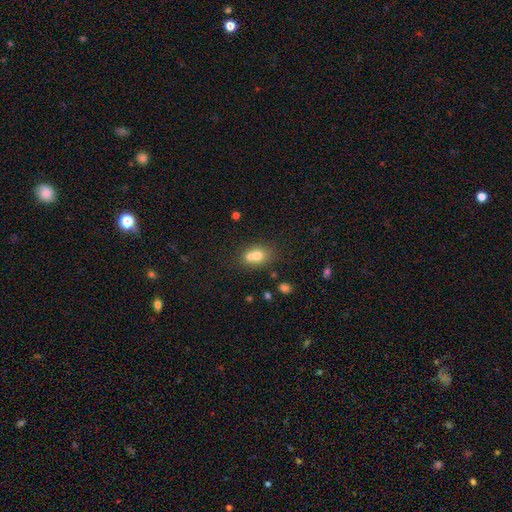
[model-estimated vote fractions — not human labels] Smooth or featured? smooth (69%)
How rounded? round (52%)
Merging? merger (58%)